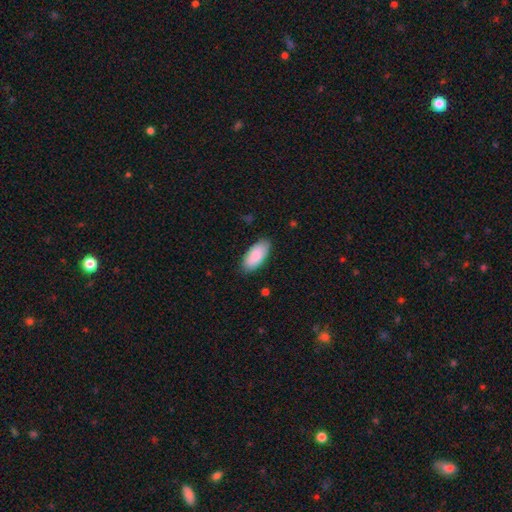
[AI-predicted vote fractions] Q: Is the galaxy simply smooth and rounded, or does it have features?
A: smooth — 88%.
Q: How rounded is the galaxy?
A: in between — 91%.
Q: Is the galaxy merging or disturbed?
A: none — 85%.